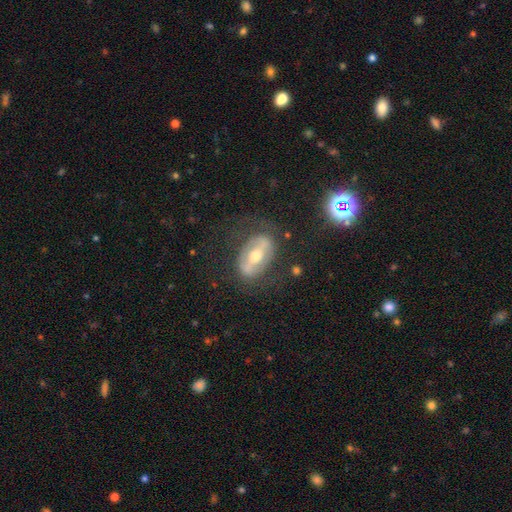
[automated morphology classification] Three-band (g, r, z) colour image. It shows a featured or disk galaxy (71%) with a strong bar (63%), no spiral arms (53%) and a moderate central bulge (63%). Merging: none (69%).